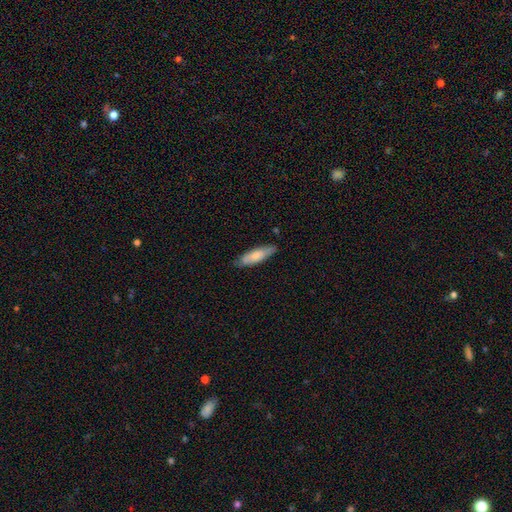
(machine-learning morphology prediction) type=smooth (73%); roundness=cigar-shaped (55%); merging=none (80%).